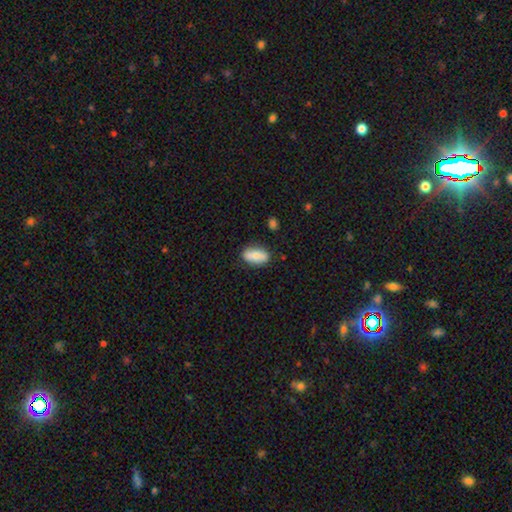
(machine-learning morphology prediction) smooth 69%, featured or disk 24%, star or artifact 7%. Down the decision tree: how rounded — in between (89%); merging — none (79%).